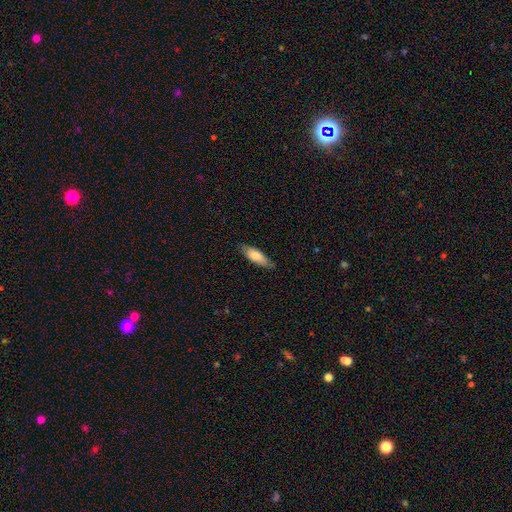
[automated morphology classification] A smooth galaxy with no disk features (76%) that is in between round and cigar-shaped (61%).

Vote fractions:
- Smooth or featured? smooth: 76% / featured or disk: 18% / star or artifact: 6%
- How rounded? in between: 61% / cigar-shaped: 37% / round: 2%
- Merging? none: 80% / minor disturbance: 17% / major disturbance: 3% / merger: 1%